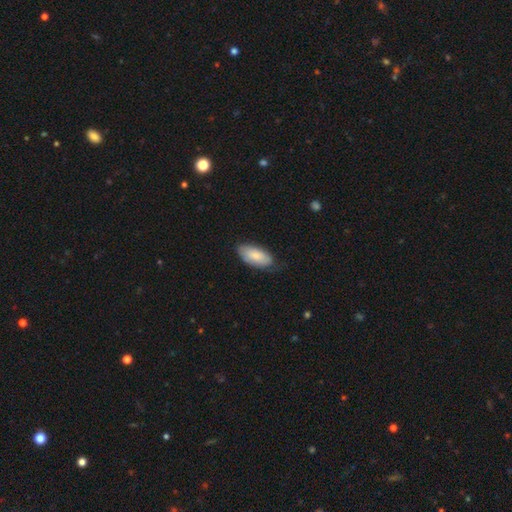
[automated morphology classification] Smooth or featured? smooth (80%)
How rounded? in between (92%)
Merging? none (69%)